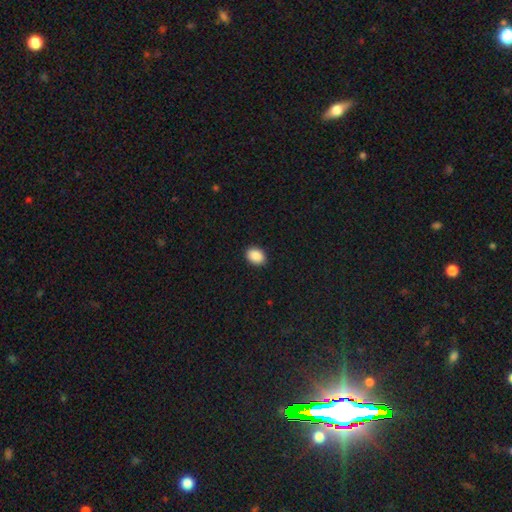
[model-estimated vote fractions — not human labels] Smooth or featured?
  - smooth: 90% *
  - star or artifact: 7%
  - featured or disk: 3%
How rounded?
  - in between: 73% *
  - round: 26%
  - cigar-shaped: 1%
Merging?
  - none: 90% *
  - minor disturbance: 7%
  - major disturbance: 2%
  - merger: 1%